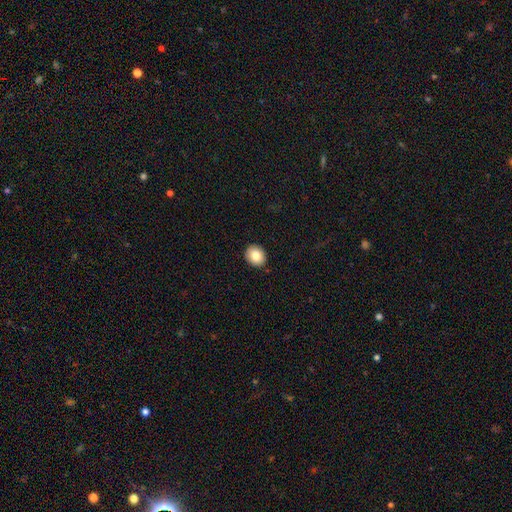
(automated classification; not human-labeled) Overall: smooth (83%). How rounded: round (72%). Merging: none (92%).